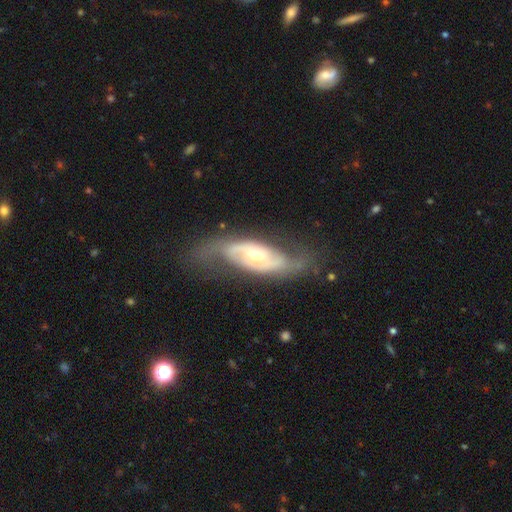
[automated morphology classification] featured or disk 78%, smooth 17%, star or artifact 5%. Down the decision tree: edge-on disk — no (89%); bar — no (58%); spiral arms — yes (82%); spiral arm count — 2 (85%); spiral winding — loose (46%); bulge size — moderate (68%); merging — none (62%).